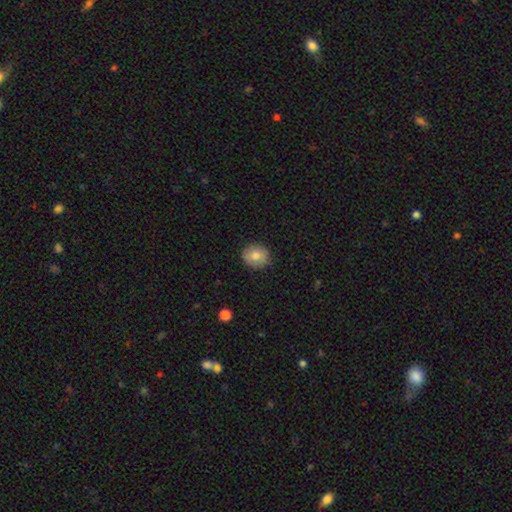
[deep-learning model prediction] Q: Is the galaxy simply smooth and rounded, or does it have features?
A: smooth — 78%.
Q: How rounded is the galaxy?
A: round — 84%.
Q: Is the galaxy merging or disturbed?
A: none — 87%.